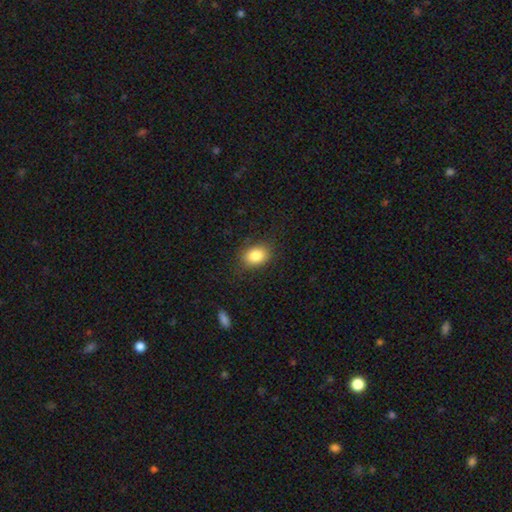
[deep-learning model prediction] Smooth or featured: smooth — 84% (star or artifact — 9%)
How rounded: in between — 64% (round — 35%)
Merging: none — 83% (minor disturbance — 12%)